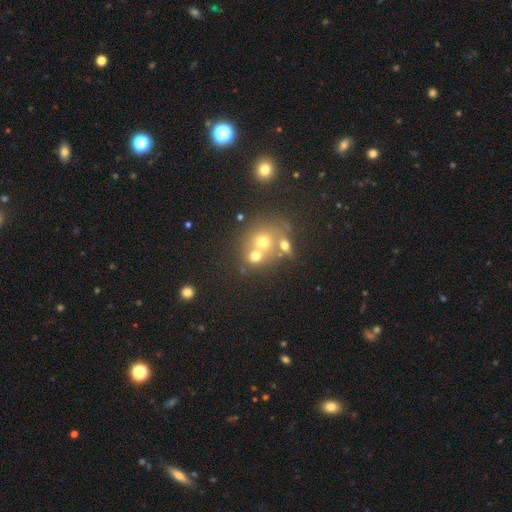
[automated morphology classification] Smooth or featured: smooth — 62% (featured or disk — 20%)
How rounded: round — 77% (in between — 22%)
Merging: merger — 48% (none — 39%)